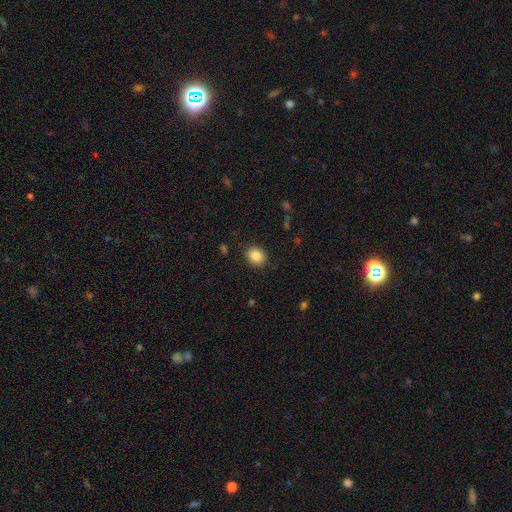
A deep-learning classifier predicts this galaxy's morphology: This is clearly a smooth galaxy (86%). How rounded: likely round (71%). Merging: clearly none (89%).